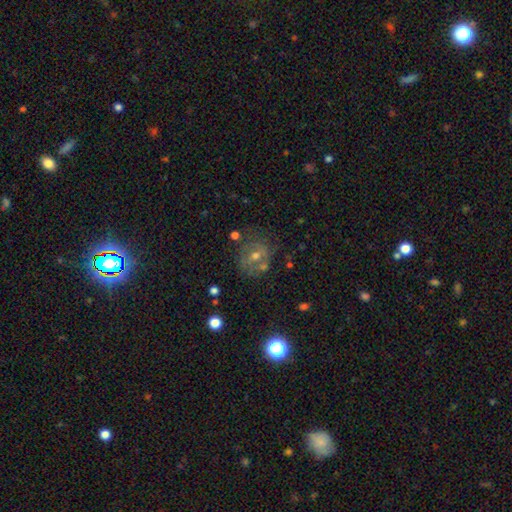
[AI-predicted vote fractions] A featured or disk galaxy (46%). Merging: none (66%).